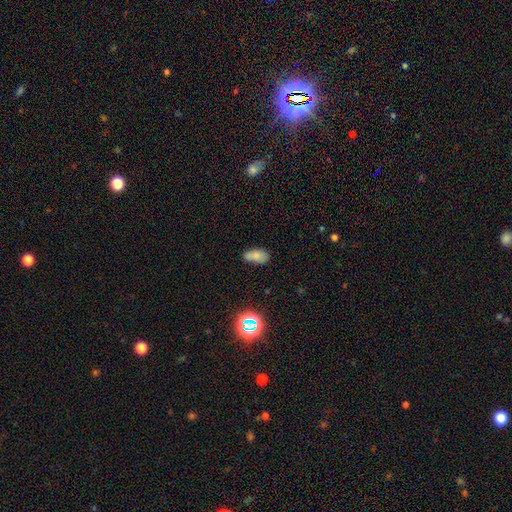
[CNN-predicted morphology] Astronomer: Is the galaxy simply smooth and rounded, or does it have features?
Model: smooth — 77%.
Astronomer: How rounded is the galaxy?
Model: in between — 90%.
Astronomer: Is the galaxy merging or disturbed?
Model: none — 67%.